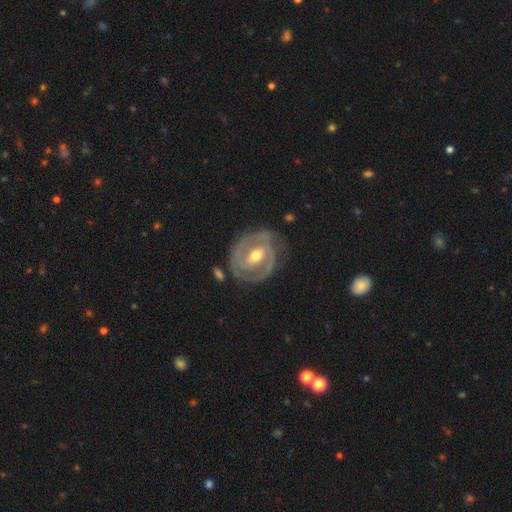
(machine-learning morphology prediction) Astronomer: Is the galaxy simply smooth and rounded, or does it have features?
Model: featured or disk — 86%.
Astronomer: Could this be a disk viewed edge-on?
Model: no — 97%.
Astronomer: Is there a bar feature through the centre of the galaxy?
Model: weak — 45% (runner-up: strong, 33%).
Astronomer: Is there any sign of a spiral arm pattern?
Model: yes — 91%.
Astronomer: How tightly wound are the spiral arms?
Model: tight — 66%.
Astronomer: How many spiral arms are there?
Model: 2 — 72%.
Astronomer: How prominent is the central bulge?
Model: moderate — 70%.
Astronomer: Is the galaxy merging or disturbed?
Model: none — 73%.